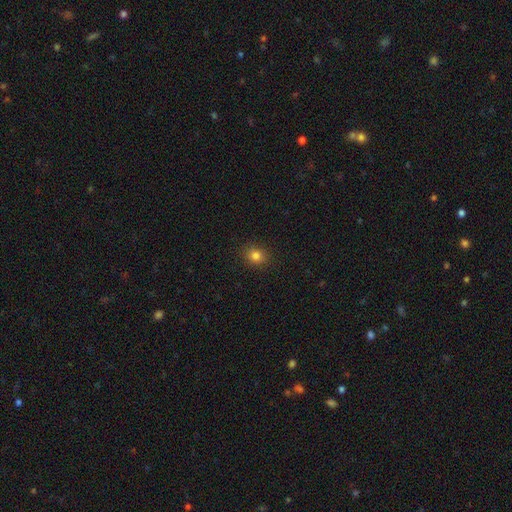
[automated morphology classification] Q: Smooth or featured?
A: smooth (81%); runner-up: star or artifact (13%)
Q: How rounded?
A: round (74%); runner-up: in between (25%)
Q: Merging?
A: none (90%); runner-up: minor disturbance (7%)